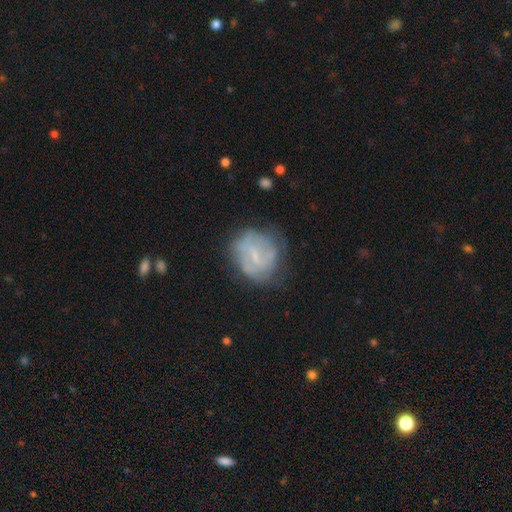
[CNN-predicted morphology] featured or disk 58%, smooth 34%, star or artifact 8%. Down the decision tree: edge-on disk — no (97%); bar — weak (53%); spiral arms — yes (60%); bulge size — small (58%); merging — none (60%).